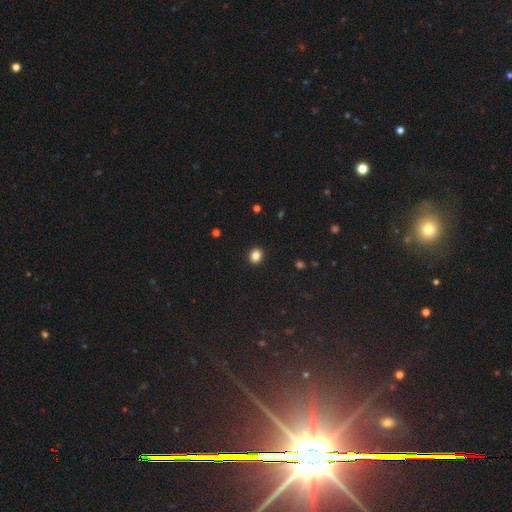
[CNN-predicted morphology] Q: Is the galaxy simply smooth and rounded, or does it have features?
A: smooth — 85%.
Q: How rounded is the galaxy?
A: round — 71%.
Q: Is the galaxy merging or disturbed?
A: none — 92%.